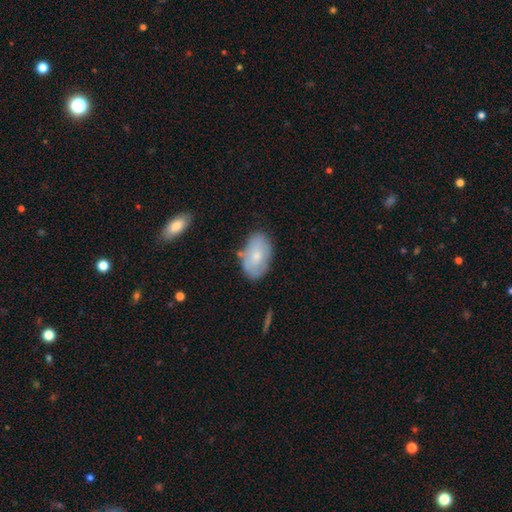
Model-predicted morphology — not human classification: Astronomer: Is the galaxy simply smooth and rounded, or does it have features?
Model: smooth — 68%.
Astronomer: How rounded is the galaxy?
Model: in between — 91%.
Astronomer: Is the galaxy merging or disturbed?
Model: none — 70%.